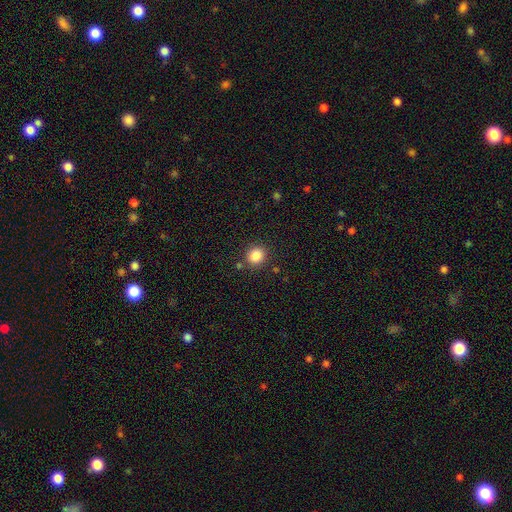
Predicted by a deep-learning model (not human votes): Smooth or featured? Predicted: smooth (p=0.86). How rounded? Predicted: round (p=0.82). Merging? Predicted: none (p=0.85).